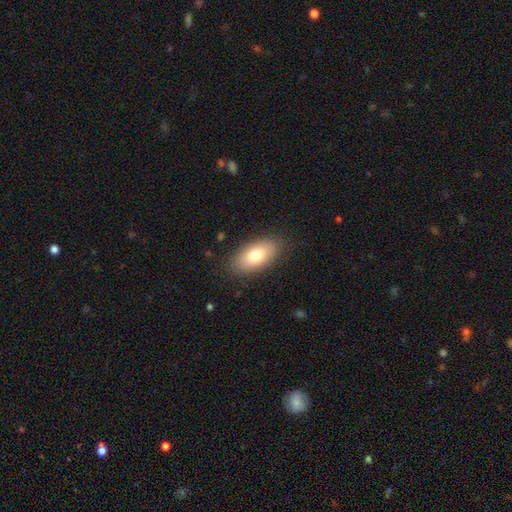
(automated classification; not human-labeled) Smooth or featured?
  - smooth: 75% *
  - featured or disk: 18%
  - star or artifact: 7%
How rounded?
  - in between: 91% *
  - cigar-shaped: 5%
  - round: 4%
Merging?
  - none: 86% *
  - minor disturbance: 10%
  - major disturbance: 3%
  - merger: 1%